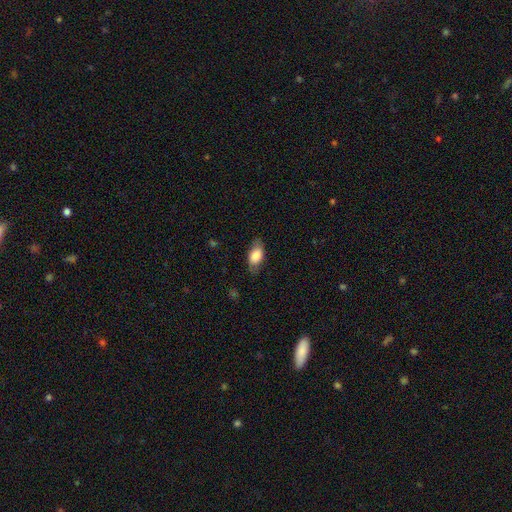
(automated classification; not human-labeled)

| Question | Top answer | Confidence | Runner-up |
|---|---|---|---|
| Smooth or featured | smooth | 77% | featured or disk (16%) |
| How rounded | in between | 89% | cigar-shaped (7%) |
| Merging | none | 75% | minor disturbance (18%) |